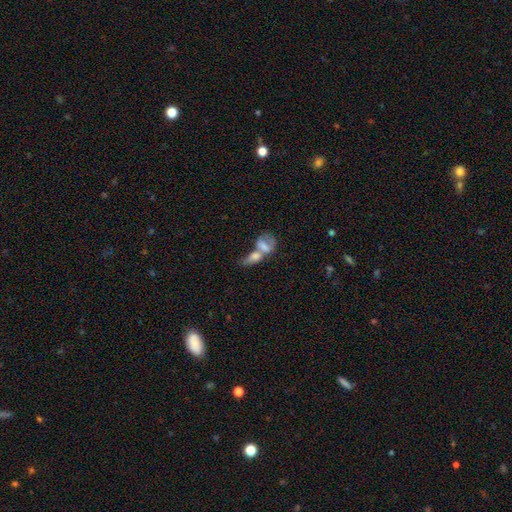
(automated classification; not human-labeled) Smooth or featured: smooth — 52% (featured or disk — 36%)
How rounded: in between — 73% (round — 15%)
Merging: merger — 68% (none — 15%)